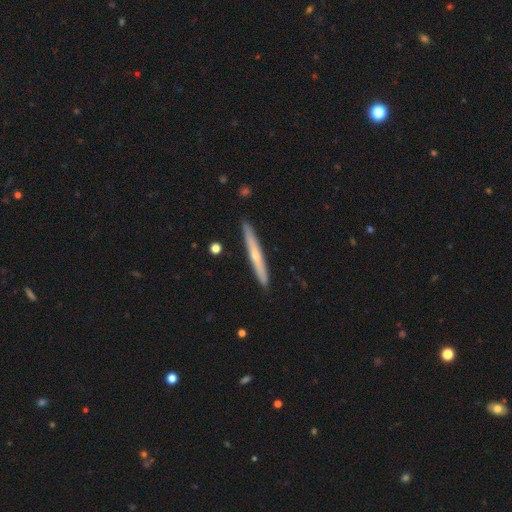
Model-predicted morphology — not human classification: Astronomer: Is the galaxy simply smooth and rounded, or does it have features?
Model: featured or disk — 57% (runner-up: smooth, 37%).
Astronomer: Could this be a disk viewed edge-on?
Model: yes — 96%.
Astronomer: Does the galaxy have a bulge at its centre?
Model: rounded — 62%.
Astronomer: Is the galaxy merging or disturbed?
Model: none — 90%.